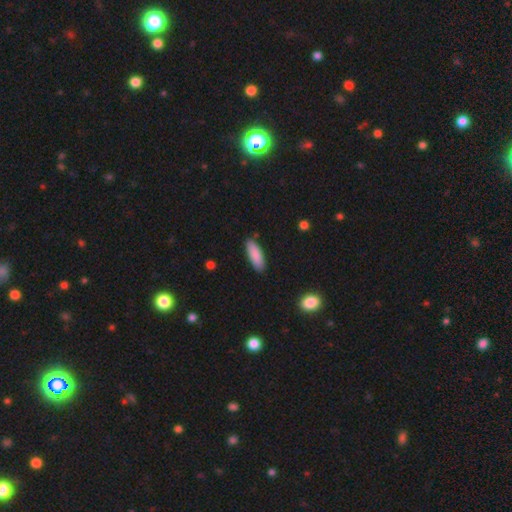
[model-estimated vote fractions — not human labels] Smooth or featured?
  - smooth: 88% *
  - featured or disk: 6%
  - star or artifact: 6%
How rounded?
  - in between: 59% *
  - cigar-shaped: 40%
  - round: 2%
Merging?
  - none: 86% *
  - minor disturbance: 10%
  - major disturbance: 2%
  - merger: 2%